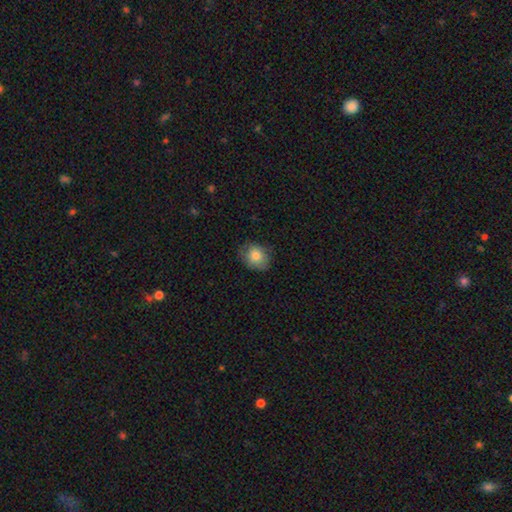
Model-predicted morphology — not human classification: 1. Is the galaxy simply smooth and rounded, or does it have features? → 80% smooth, 11% featured or disk, 8% star or artifact.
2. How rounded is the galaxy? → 62% round, 38% in between, 1% cigar-shaped.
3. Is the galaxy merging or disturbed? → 72% none, 22% minor disturbance, 5% major disturbance, 1% merger.